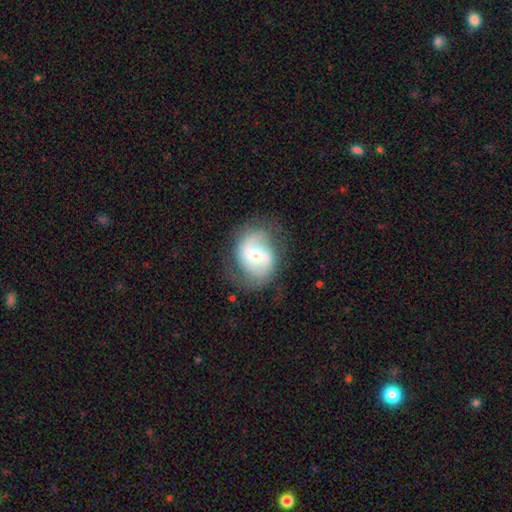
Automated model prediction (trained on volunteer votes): smooth-or-featured: featured or disk: 72% | smooth: 20% | star or artifact: 7%
  disk-edge-on: no: 97% | yes: 3%
    bar: weak: 43% | no: 34% | strong: 24%
    has-spiral-arms: yes: 88% | no: 12%
      spiral-winding: loose: 42% (tied) | medium: 42% (tied) | tight: 16%
      spiral-arm-count: 2: 83% | can't tell: 8% | 1: 5% | 3: 2% | 4: 1% | more than 4: 1%
    bulge-size: small: 48% | moderate: 46% | large: 4% | none: 1% | dominant: 1%
  merging: none: 69% | minor disturbance: 19% | major disturbance: 11% | merger: 2%